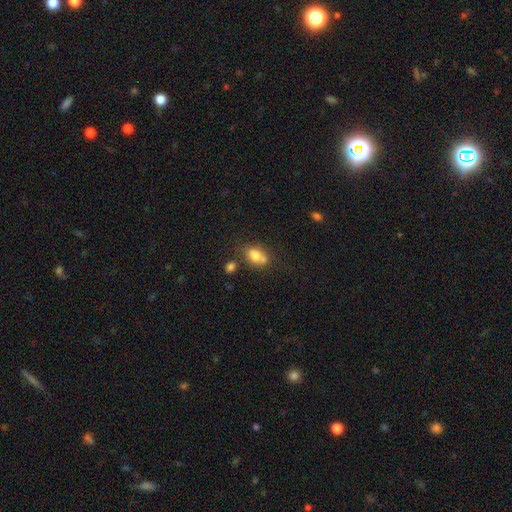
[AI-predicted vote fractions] smooth-or-featured: smooth: 75% | featured or disk: 15% | star or artifact: 10%
  how-rounded: in between: 71% | round: 27% | cigar-shaped: 2%
  merging: none: 43% | merger: 34% | minor disturbance: 16% | major disturbance: 6%